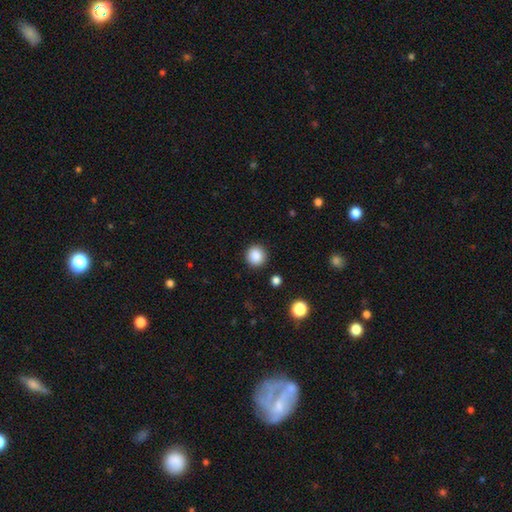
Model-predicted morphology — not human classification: Smooth or featured?
  - smooth: 87% *
  - star or artifact: 10%
  - featured or disk: 3%
How rounded?
  - round: 93% *
  - in between: 6%
  - cigar-shaped: 1%
Merging?
  - none: 91% *
  - minor disturbance: 6%
  - major disturbance: 2%
  - merger: 1%